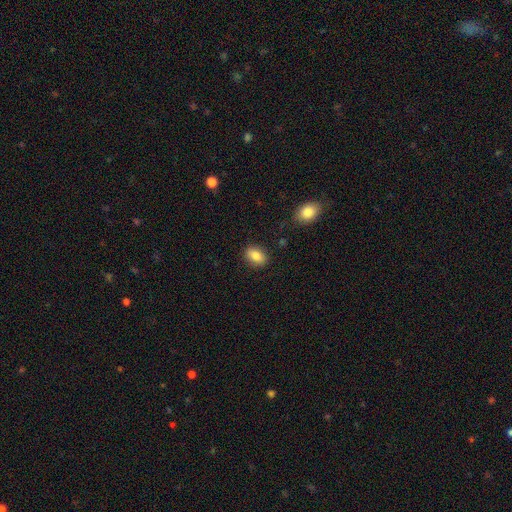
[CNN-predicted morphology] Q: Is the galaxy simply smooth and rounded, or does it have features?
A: smooth — 83%.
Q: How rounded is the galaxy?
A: in between — 79%.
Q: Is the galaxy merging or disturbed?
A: none — 87%.